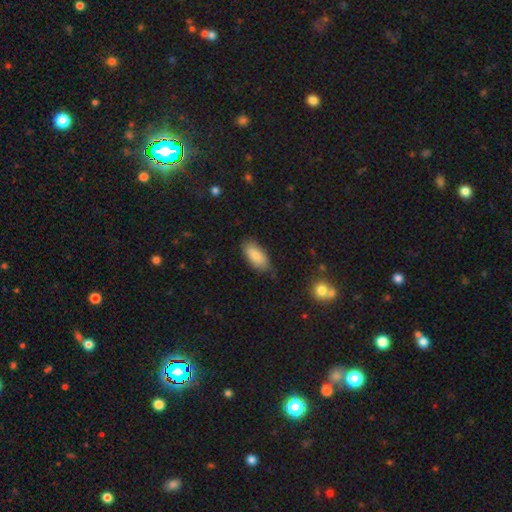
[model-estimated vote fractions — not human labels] A smooth galaxy with no disk features (85%) that is in between round and cigar-shaped (90%). Merging: none (72%).